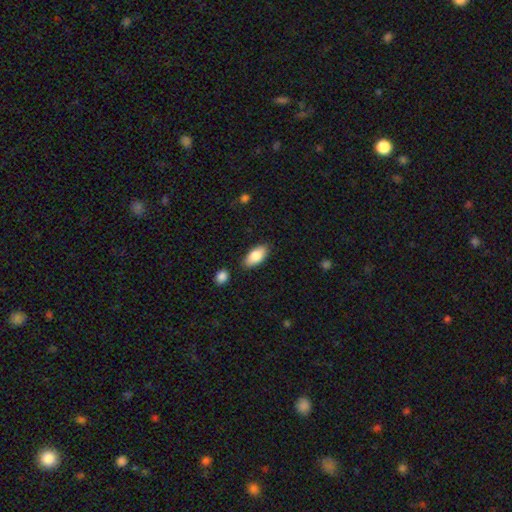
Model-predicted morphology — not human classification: The model was most divided on "merging": none: 84%, minor disturbance: 11%, merger: 3%, major disturbance: 2%. More confident: how rounded — in between (91%); smooth or featured — smooth (84%).